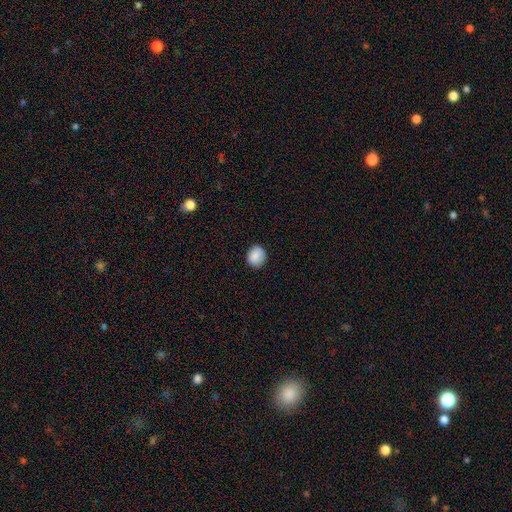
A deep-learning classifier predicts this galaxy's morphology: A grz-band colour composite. It shows a smooth galaxy with no disk features (87%) that is round (72%). Merging: none (87%).